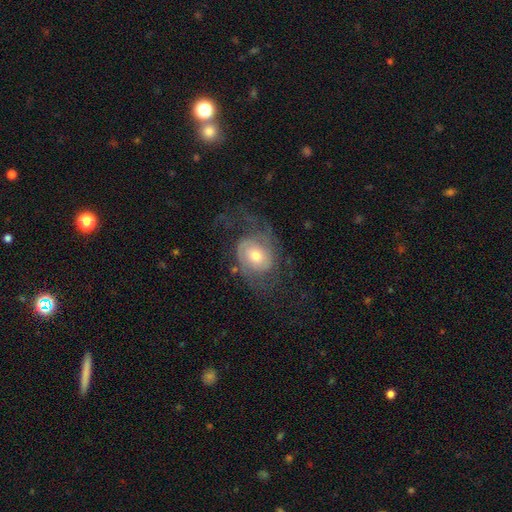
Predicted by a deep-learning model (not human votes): Overall: featured or disk (71%). Edge-on disk: no (97%). Bar: no (72%). Spiral arms: yes (86%). Spiral arm count: 2 (61%). Spiral winding: medium (39%; loose 33%). Bulge size: moderate (64%; small 26%). Merging: none (48%; major disturbance 31%).